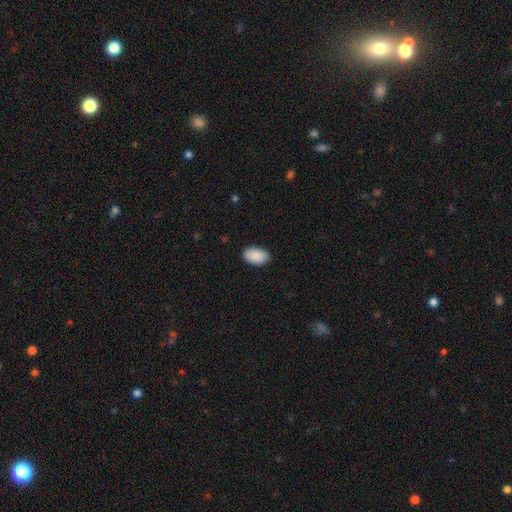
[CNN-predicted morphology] A smooth galaxy with no disk features (91%) that is in between round and cigar-shaped (93%).

Vote fractions:
- Smooth or featured? smooth: 91% / star or artifact: 6% / featured or disk: 3%
- How rounded? in between: 93% / round: 6% / cigar-shaped: 1%
- Merging? none: 88% / minor disturbance: 9% / major disturbance: 2% / merger: 1%